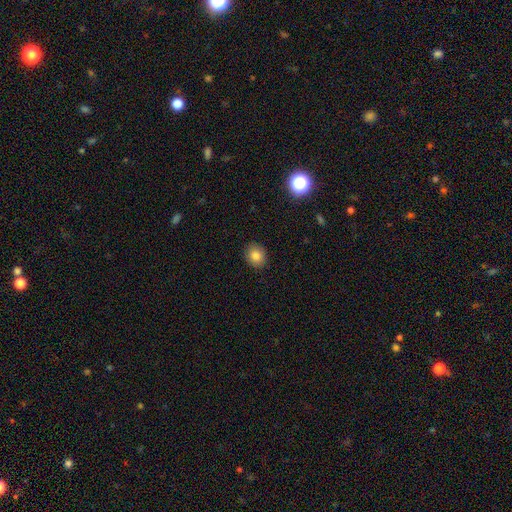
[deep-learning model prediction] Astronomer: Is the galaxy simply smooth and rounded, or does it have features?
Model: smooth — 82%.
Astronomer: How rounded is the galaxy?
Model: round — 68%.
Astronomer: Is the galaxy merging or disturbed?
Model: none — 90%.